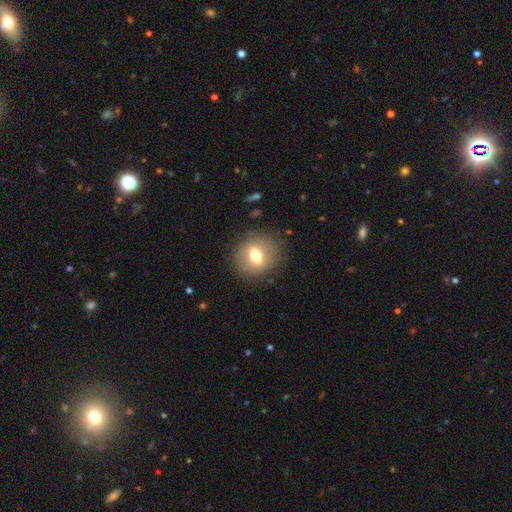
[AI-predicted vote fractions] This appears to be a smooth galaxy with no disk features (57%) that is round (73%). Merging: none (85%).